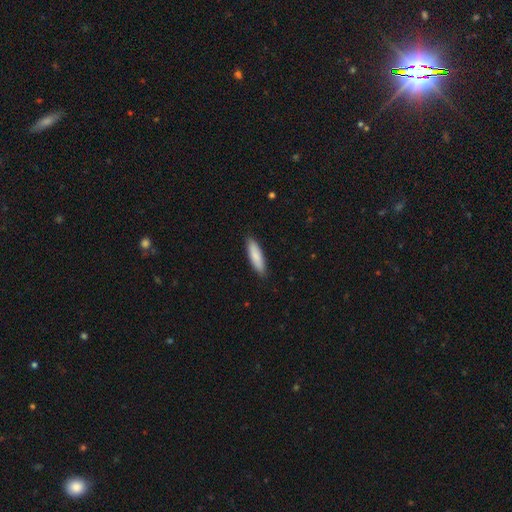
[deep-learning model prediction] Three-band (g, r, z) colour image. It shows a smooth galaxy with no disk features (86%) that is cigar-shaped (66%). Merging: none (89%).